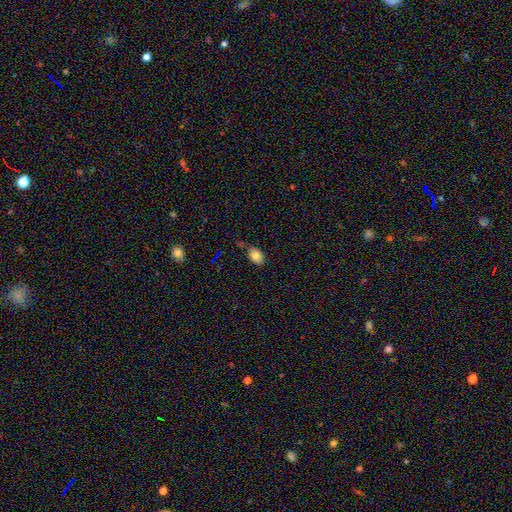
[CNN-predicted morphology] Smooth or featured? smooth (79%)
How rounded? in between (79%)
Merging? none (69%)